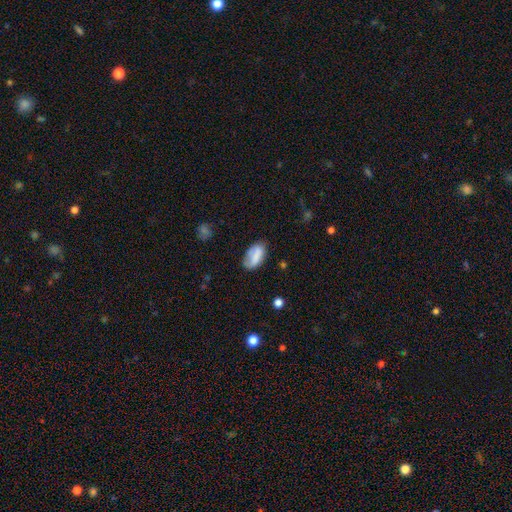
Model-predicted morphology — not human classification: Overall: smooth (76%). How rounded: in between (92%). Merging: none (64%; minor disturbance 25%).